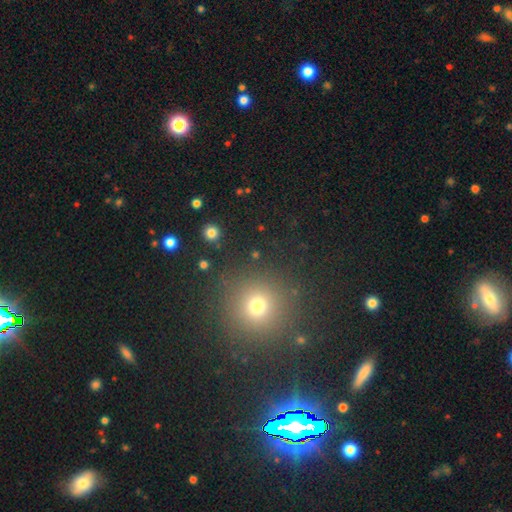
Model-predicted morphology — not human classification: A smooth galaxy with no disk features (61%) that is round (92%). Merging: none (88%).